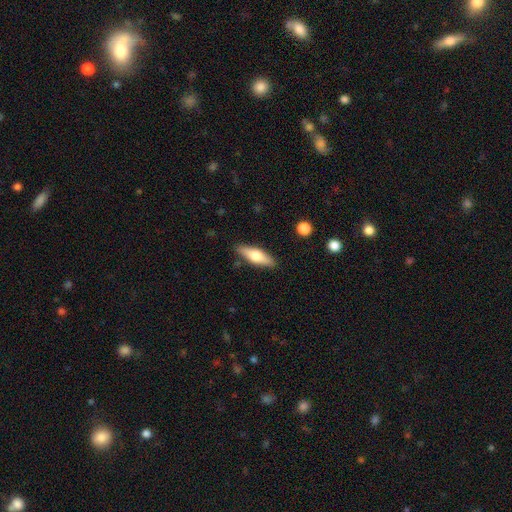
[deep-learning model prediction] This appears to be a smooth galaxy with no disk features (51%) that is cigar-shaped (50%). Merging: none (87%).